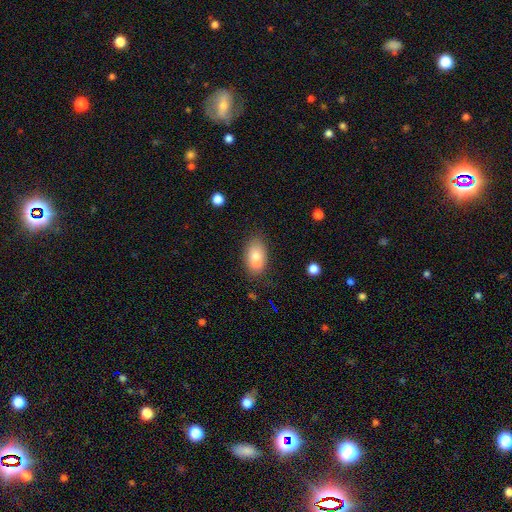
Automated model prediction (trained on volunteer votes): Smooth or featured?
  - smooth: 69% *
  - featured or disk: 22%
  - star or artifact: 9%
How rounded?
  - in between: 82% *
  - round: 16%
  - cigar-shaped: 2%
Merging?
  - merger: 44% *
  - none: 41%
  - minor disturbance: 11%
  - major disturbance: 4%